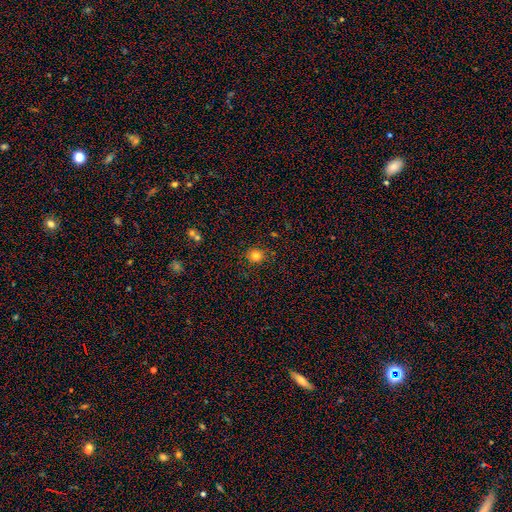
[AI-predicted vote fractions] Smooth or featured: smooth — 81% (star or artifact — 13%)
How rounded: round — 86% (in between — 13%)
Merging: none — 87% (minor disturbance — 9%)